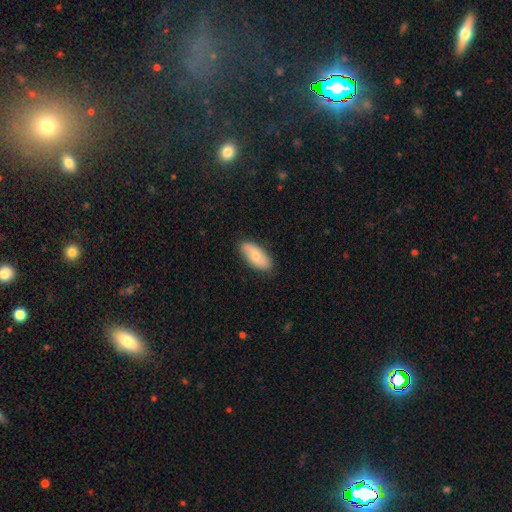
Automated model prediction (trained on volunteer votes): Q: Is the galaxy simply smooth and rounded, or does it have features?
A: smooth — 70%.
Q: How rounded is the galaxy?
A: in between — 87%.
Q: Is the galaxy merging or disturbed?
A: none — 84%.